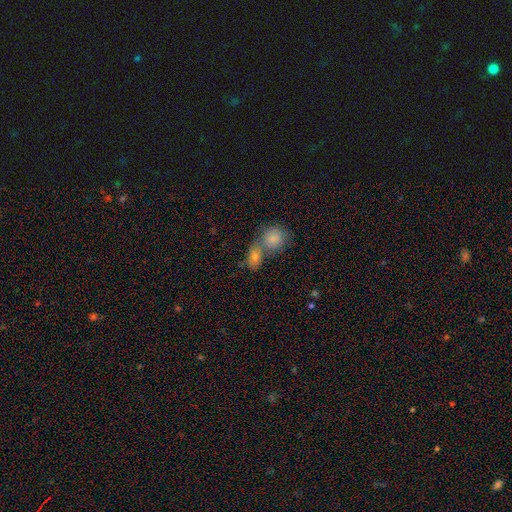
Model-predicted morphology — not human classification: smooth_or_featured: smooth (p=0.76) [alt: featured or disk p=0.14]
how_rounded: in between (p=0.53) [alt: round p=0.43]
merging: merger (p=0.59) [alt: none p=0.30]